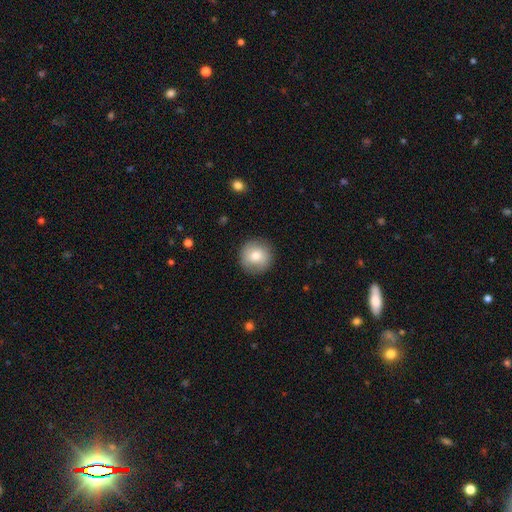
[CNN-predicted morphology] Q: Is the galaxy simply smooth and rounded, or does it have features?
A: smooth — 76%.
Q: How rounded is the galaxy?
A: round — 95%.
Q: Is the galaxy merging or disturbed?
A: none — 88%.